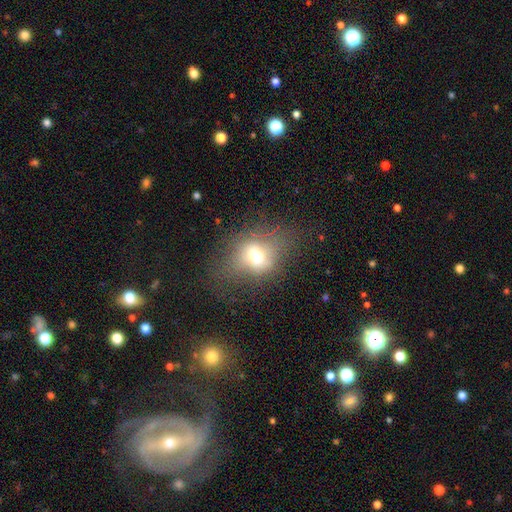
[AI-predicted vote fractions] Smooth or featured? smooth (57%)
How rounded? in between (49%, tied with round)
Merging? none (58%)